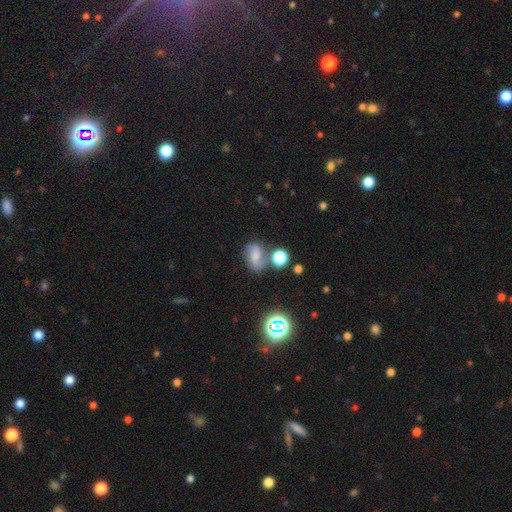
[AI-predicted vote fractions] Smooth or featured? Predicted: featured or disk (p=0.55). Edge-on disk? Predicted: no (p=0.97). Bar? Predicted: no (p=0.45). Spiral arms? Predicted: yes (p=0.89). Bulge size? Predicted: small (p=0.39). Merging? Predicted: none (p=0.59).